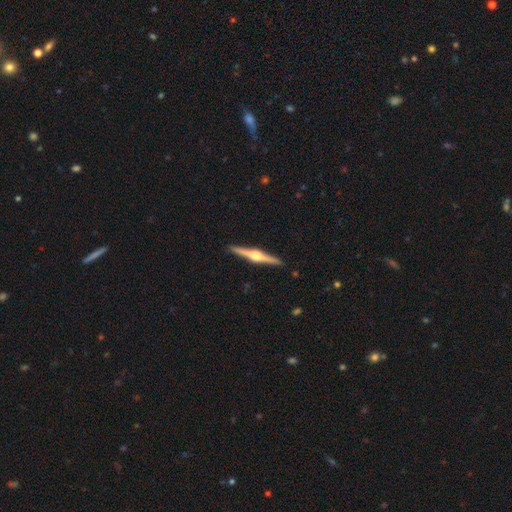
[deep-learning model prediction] Q: Smooth or featured?
A: featured or disk (82%); runner-up: smooth (13%)
Q: Edge-on disk?
A: yes (98%); runner-up: no (2%)
Q: Edge-on bulge?
A: rounded (93%); runner-up: boxy (5%)
Q: Merging?
A: none (92%); runner-up: minor disturbance (6%)